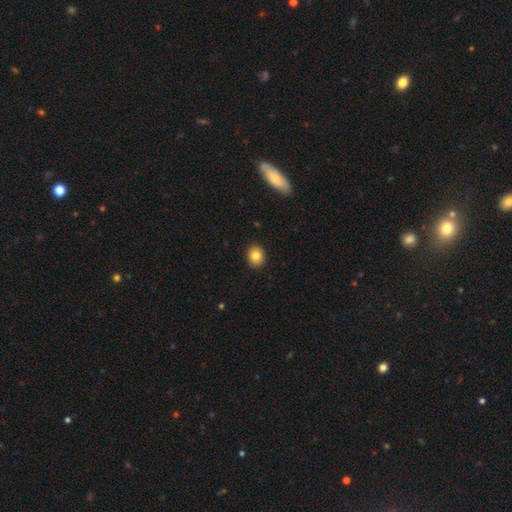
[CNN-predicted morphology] Smooth or featured? Predicted: smooth (p=0.83). How rounded? Predicted: round (p=0.63). Merging? Predicted: none (p=0.90).